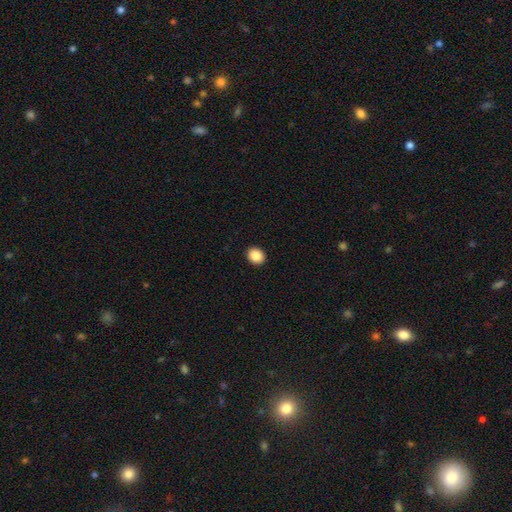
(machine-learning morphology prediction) This is clearly a smooth galaxy (88%). How rounded: likely round (67%). Merging: clearly none (93%).